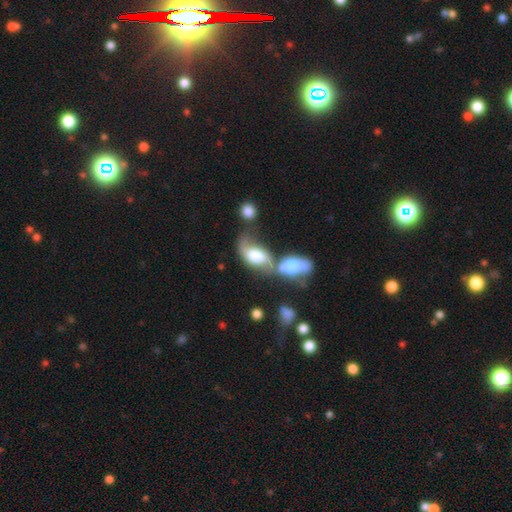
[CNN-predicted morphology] Smooth or featured?
  - featured or disk: 51% *
  - smooth: 41%
  - star or artifact: 8%
Edge-on disk?
  - no: 91% *
  - yes: 9%
Merging?
  - merger: 45% *
  - none: 25%
  - minor disturbance: 15%
  - major disturbance: 14%